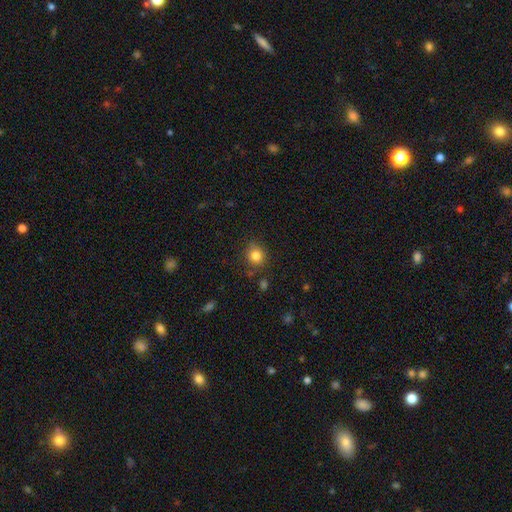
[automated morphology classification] Smooth or featured? Predicted: smooth (p=0.83). How rounded? Predicted: round (p=0.81). Merging? Predicted: none (p=0.81).